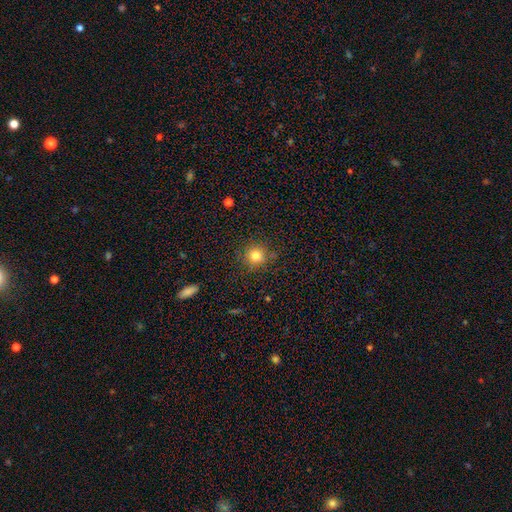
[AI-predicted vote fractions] Q: Smooth or featured?
A: smooth (81%); runner-up: star or artifact (13%)
Q: How rounded?
A: round (92%); runner-up: in between (7%)
Q: Merging?
A: none (85%); runner-up: minor disturbance (10%)